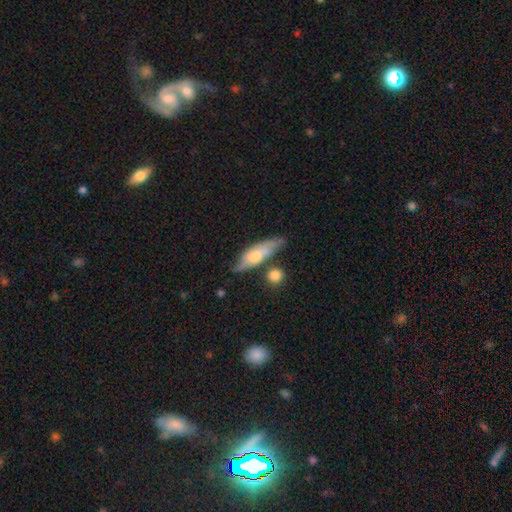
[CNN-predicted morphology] This appears to be a smooth galaxy with no disk features (53%) that is cigar-shaped (58%). Merging: none (60%).